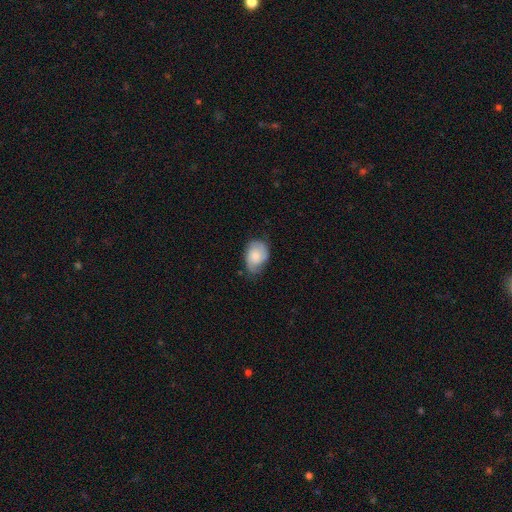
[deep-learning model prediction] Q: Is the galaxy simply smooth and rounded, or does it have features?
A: smooth — 54%.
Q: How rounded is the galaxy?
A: in between — 78%.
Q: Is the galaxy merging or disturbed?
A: none — 54%.